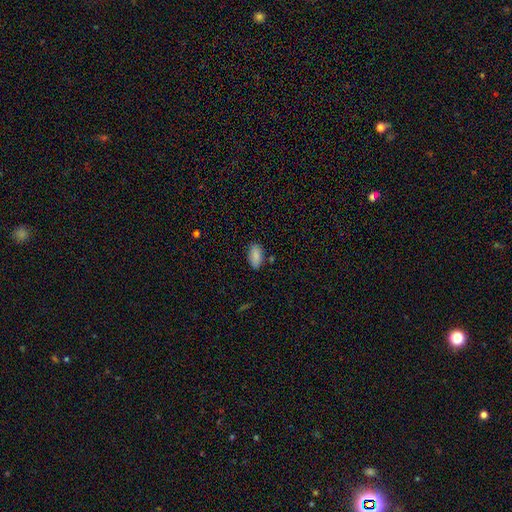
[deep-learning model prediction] Q: Smooth or featured?
A: smooth (88%); runner-up: star or artifact (7%)
Q: How rounded?
A: in between (93%); runner-up: cigar-shaped (4%)
Q: Merging?
A: none (82%); runner-up: minor disturbance (13%)